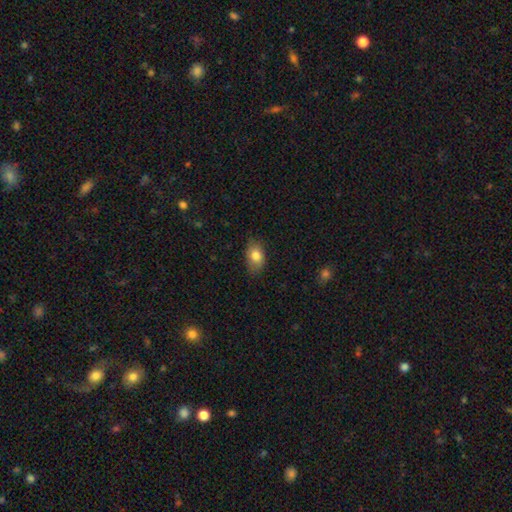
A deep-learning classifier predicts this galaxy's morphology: Overall: smooth (82%). How rounded: in between (86%). Merging: none (79%).